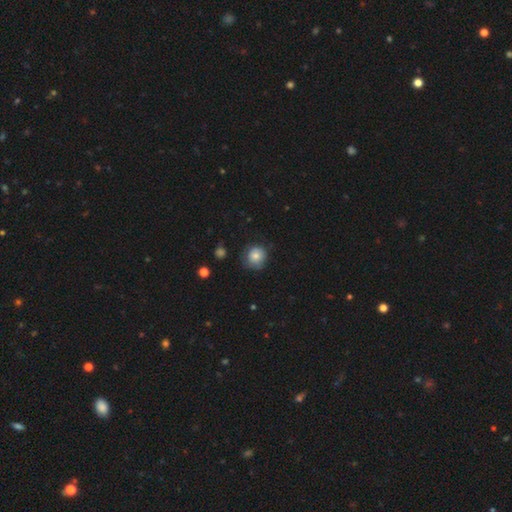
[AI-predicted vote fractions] Smooth or featured? smooth (76%)
How rounded? round (86%)
Merging? none (68%)